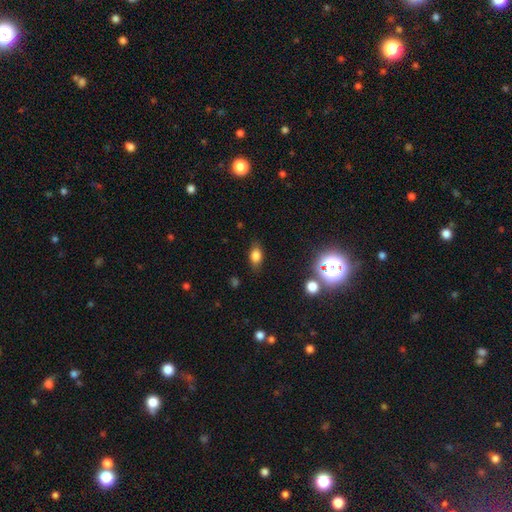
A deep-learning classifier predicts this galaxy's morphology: A smooth galaxy with no disk features (75%) that is in between round and cigar-shaped (80%).

Vote fractions:
- Smooth or featured? smooth: 75% / star or artifact: 14% / featured or disk: 11%
- How rounded? in between: 80% / round: 16% / cigar-shaped: 4%
- Merging? none: 81% / minor disturbance: 14% / major disturbance: 4% / merger: 2%